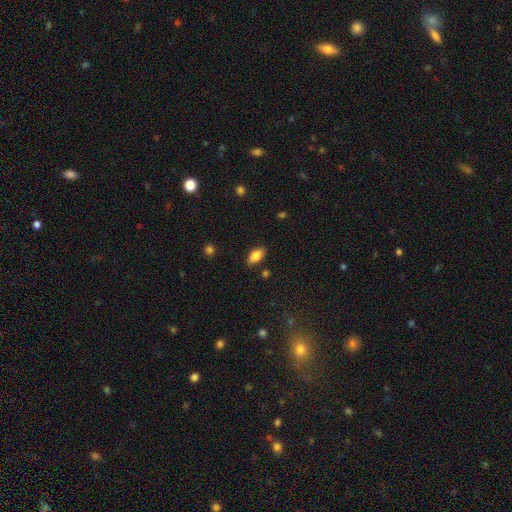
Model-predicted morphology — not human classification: Smooth or featured? smooth (85%)
How rounded? in between (91%)
Merging? none (86%)